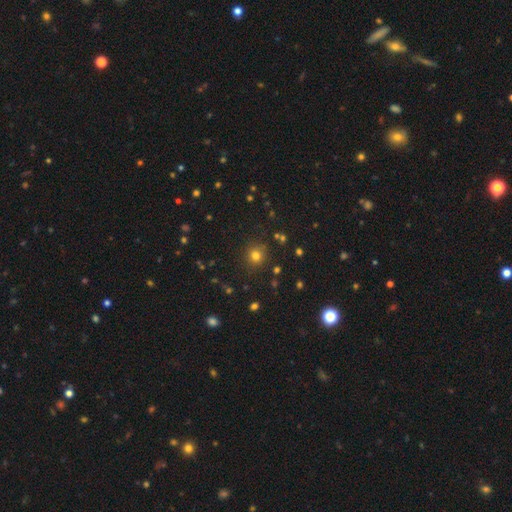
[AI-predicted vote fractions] smooth 75%, star or artifact 19%, featured or disk 6%. Down the decision tree: how rounded — round (91%); merging — none (87%).